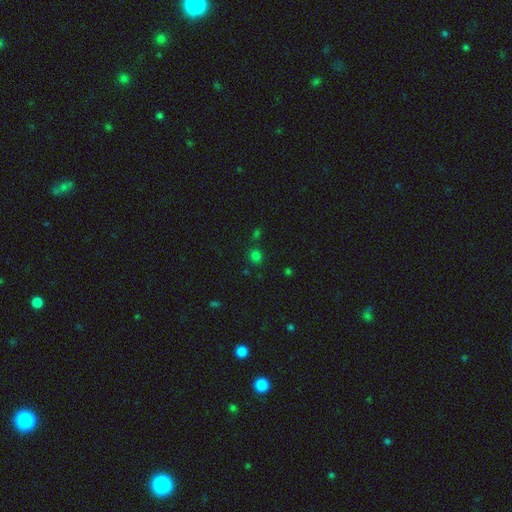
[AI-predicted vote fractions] The model was most divided on "smooth or featured": smooth: 73%, star or artifact: 23%, featured or disk: 5%. More confident: how rounded — round (81%); merging — none (79%).